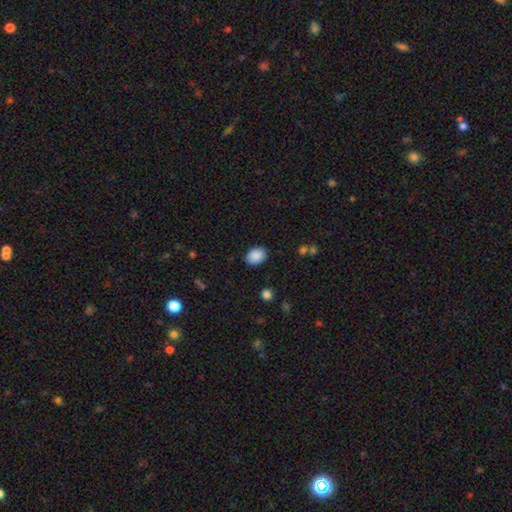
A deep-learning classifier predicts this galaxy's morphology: type=smooth (89%); roundness=in between (69%); merging=none (87%).